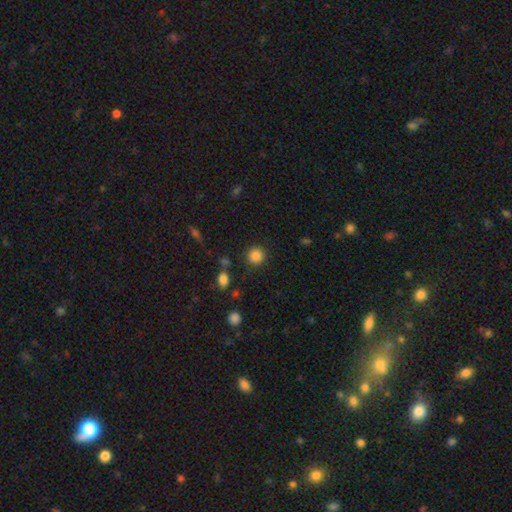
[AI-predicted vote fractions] This is clearly a smooth galaxy (86%). How rounded: clearly round (91%). Merging: clearly none (87%).